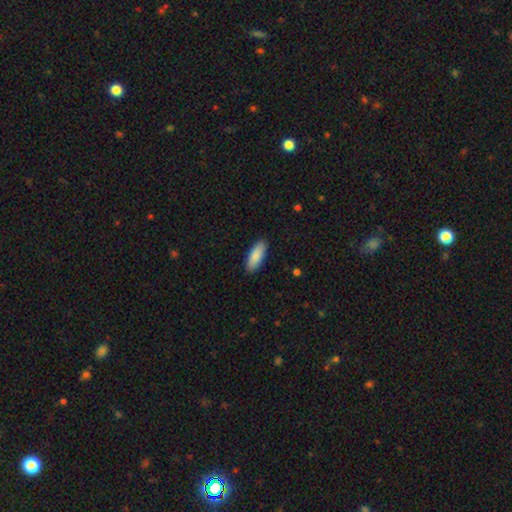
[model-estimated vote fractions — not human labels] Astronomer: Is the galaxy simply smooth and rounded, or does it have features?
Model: smooth — 89%.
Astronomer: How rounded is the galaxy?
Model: in between — 78%.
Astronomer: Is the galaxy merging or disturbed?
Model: none — 89%.